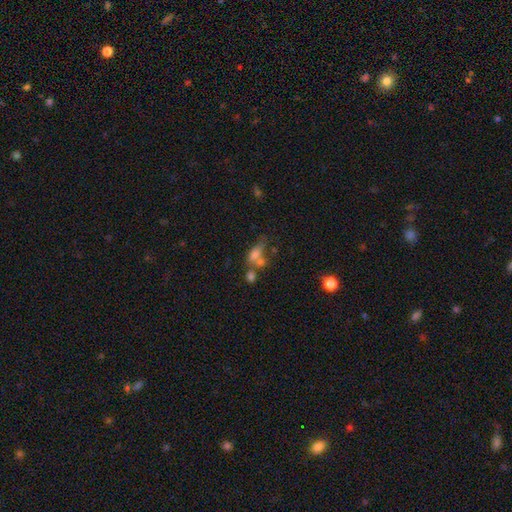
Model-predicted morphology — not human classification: Smooth or featured: smooth — 63% (featured or disk — 23%)
How rounded: in between — 70% (cigar-shaped — 16%)
Merging: merger — 41% (none — 30%)